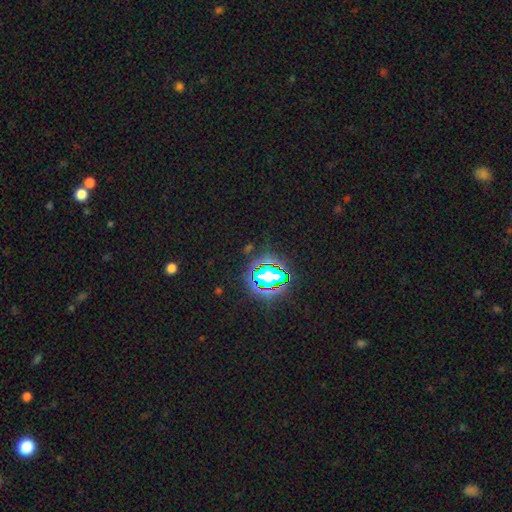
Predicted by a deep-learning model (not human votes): star or artifact 83%, smooth 10%, featured or disk 6%.